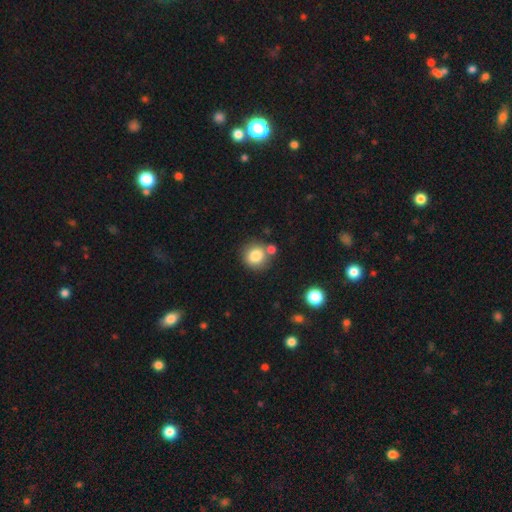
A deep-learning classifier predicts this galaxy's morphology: smooth 81%, star or artifact 10%, featured or disk 8%. Down the decision tree: how rounded — round (89%); merging — none (71%).